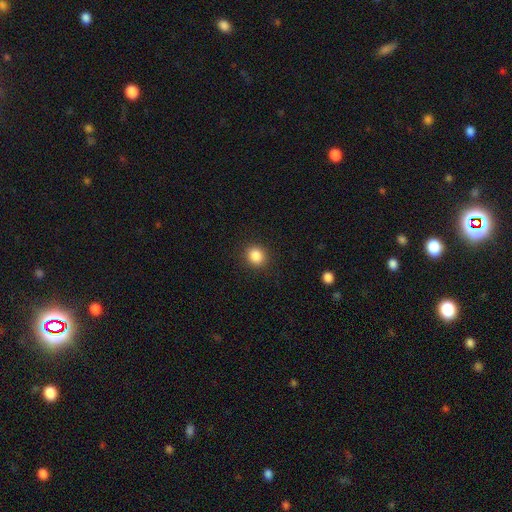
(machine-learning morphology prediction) Smooth or featured: smooth — 86% (star or artifact — 10%)
How rounded: round — 82% (in between — 17%)
Merging: none — 91% (minor disturbance — 6%)